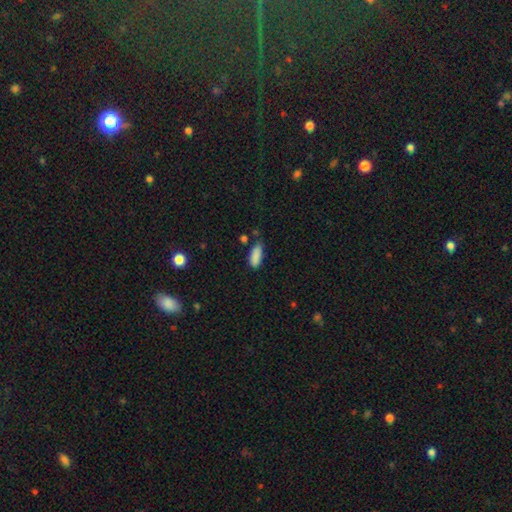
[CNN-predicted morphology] The model was most divided on "merging": none: 63%, minor disturbance: 27%, major disturbance: 5%, merger: 5%. More confident: smooth or featured — smooth (88%); how rounded — in between (75%).